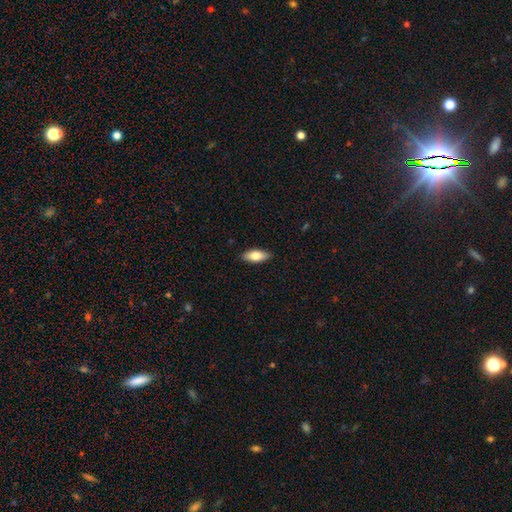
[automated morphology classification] smooth 77%, featured or disk 17%, star or artifact 6%. Down the decision tree: how rounded — in between (81%); merging — none (89%).